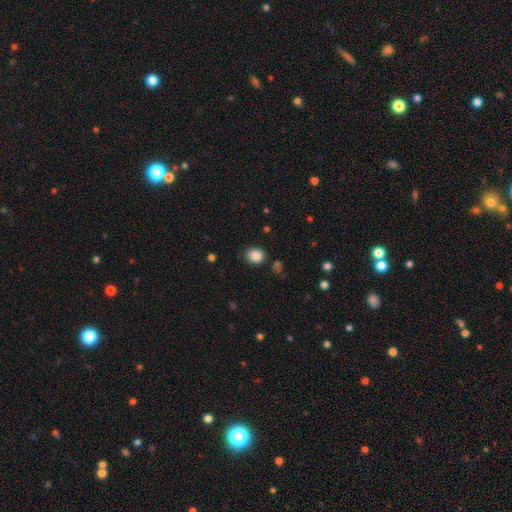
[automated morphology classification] smooth_or_featured: smooth (p=0.86) [alt: star or artifact p=0.10]
how_rounded: round (p=0.67) [alt: in between p=0.32]
merging: none (p=0.85) [alt: minor disturbance p=0.10]